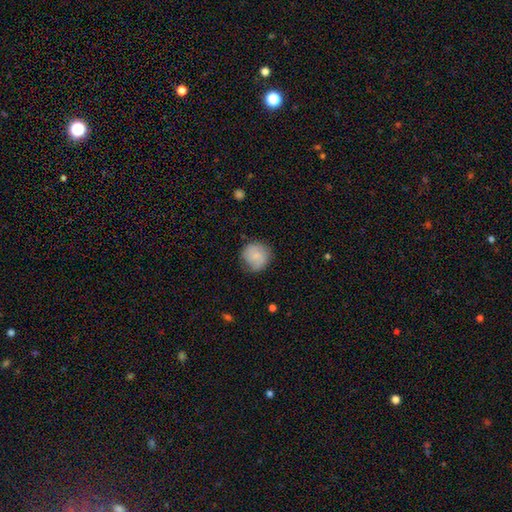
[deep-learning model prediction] Morphology: type=smooth (73%); roundness=round (90%); merging=none (72%).